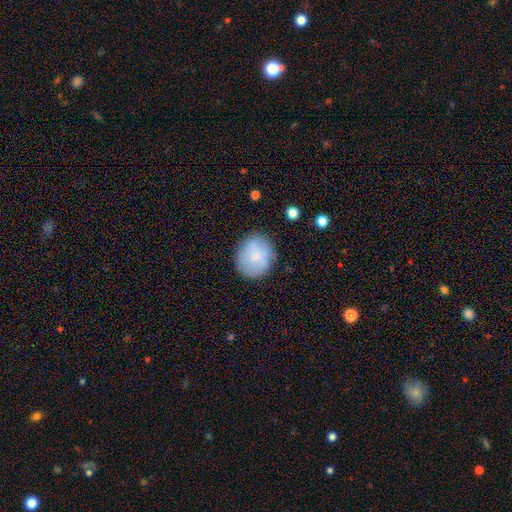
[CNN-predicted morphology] This is likely a smooth galaxy (72%). How rounded: likely round (72%). Merging: likely none (77%).